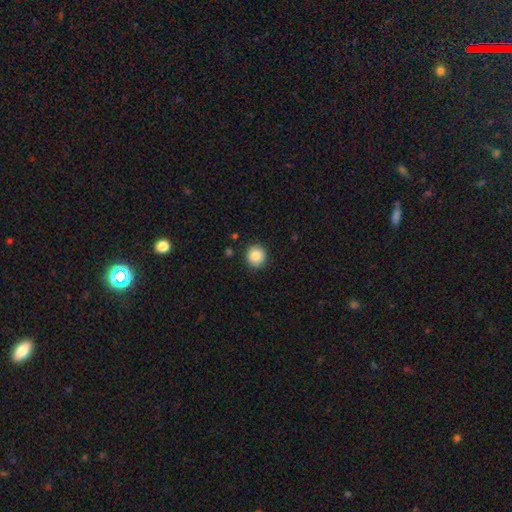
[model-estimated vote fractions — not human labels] Smooth or featured: smooth — 85% (star or artifact — 9%)
How rounded: round — 91% (in between — 8%)
Merging: none — 90% (minor disturbance — 7%)